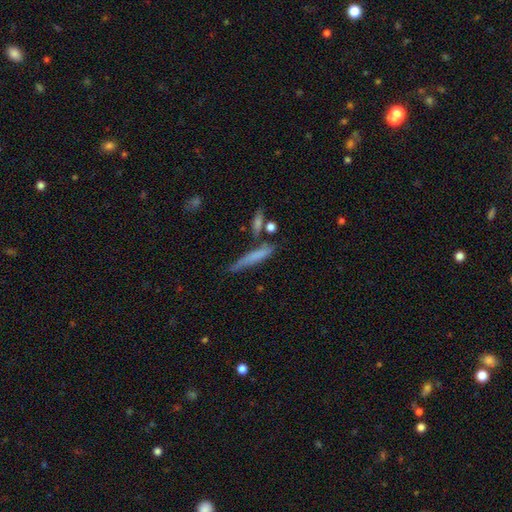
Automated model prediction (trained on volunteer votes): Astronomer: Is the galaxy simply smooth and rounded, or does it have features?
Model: smooth — 62%.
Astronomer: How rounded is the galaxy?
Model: cigar-shaped — 89%.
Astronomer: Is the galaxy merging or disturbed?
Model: none — 58%.